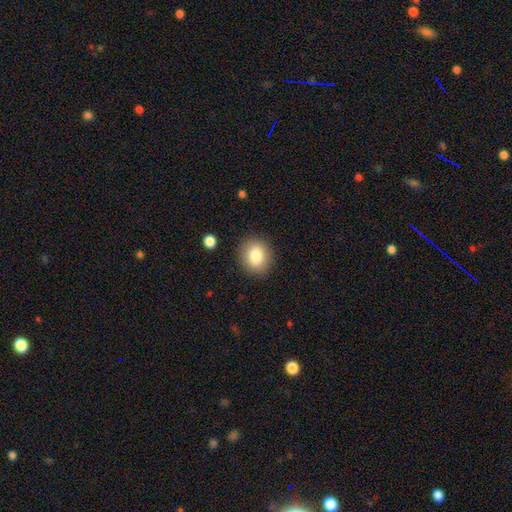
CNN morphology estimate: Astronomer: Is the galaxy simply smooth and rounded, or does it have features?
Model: smooth — 83%.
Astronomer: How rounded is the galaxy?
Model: round — 63%.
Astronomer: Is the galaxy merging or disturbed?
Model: none — 87%.